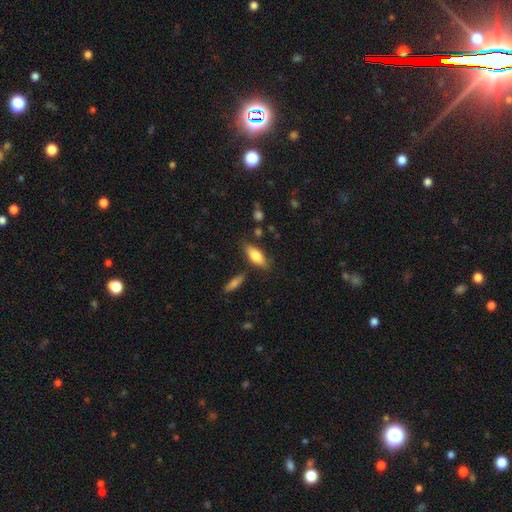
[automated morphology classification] Q: Smooth or featured?
A: smooth (78%); runner-up: featured or disk (16%)
Q: How rounded?
A: in between (80%); runner-up: cigar-shaped (18%)
Q: Merging?
A: none (74%); runner-up: minor disturbance (16%)